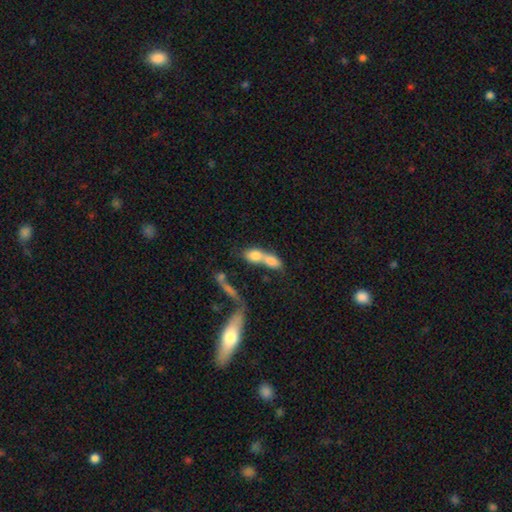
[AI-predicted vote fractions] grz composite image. It shows a smooth galaxy with no disk features (70%) that is in between round and cigar-shaped (68%). Merging: merger (75%).